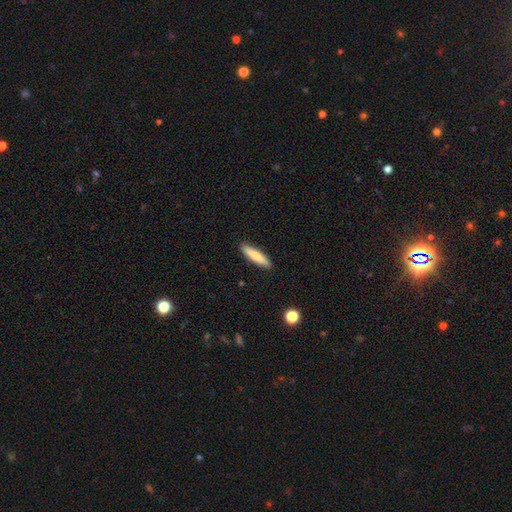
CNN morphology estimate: This appears to be a smooth galaxy with no disk features (76%) that is cigar-shaped (82%). Merging: none (90%).